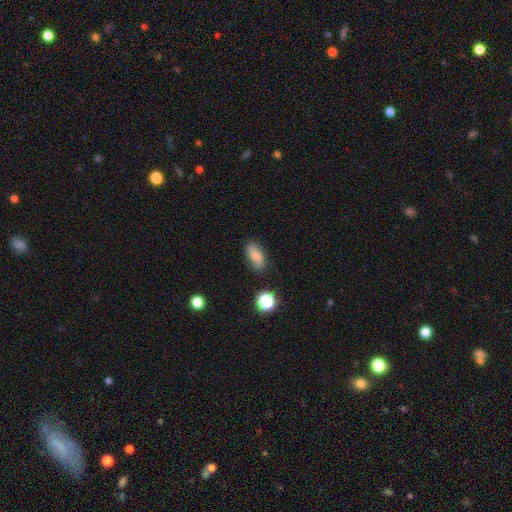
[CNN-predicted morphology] type=smooth (70%); roundness=in between (83%); merging=none (76%).